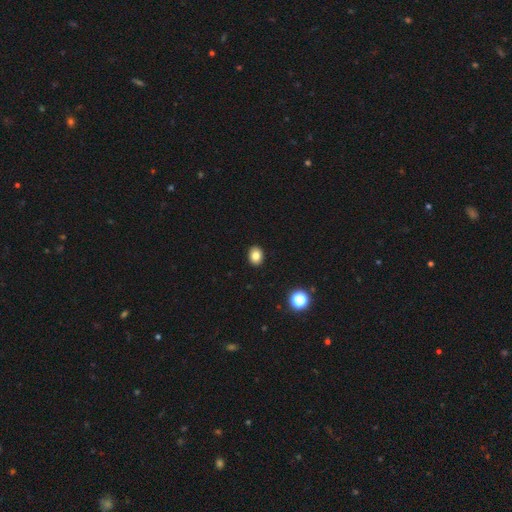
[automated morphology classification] A smooth galaxy with no disk features (82%) that is in between round and cigar-shaped (53%). Merging: none (92%).